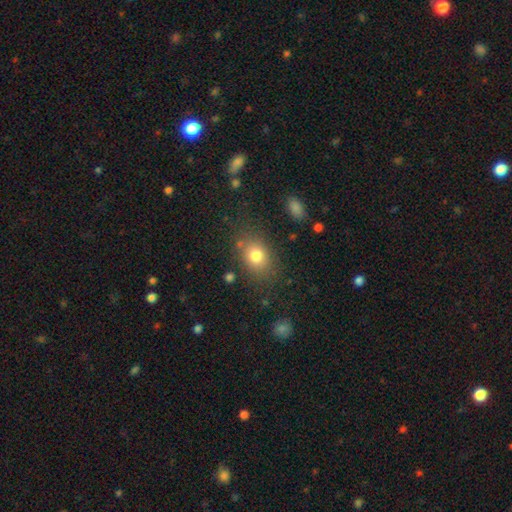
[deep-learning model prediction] This appears to be a smooth galaxy with no disk features (79%) that is in between round and cigar-shaped (63%). Merging: none (77%).